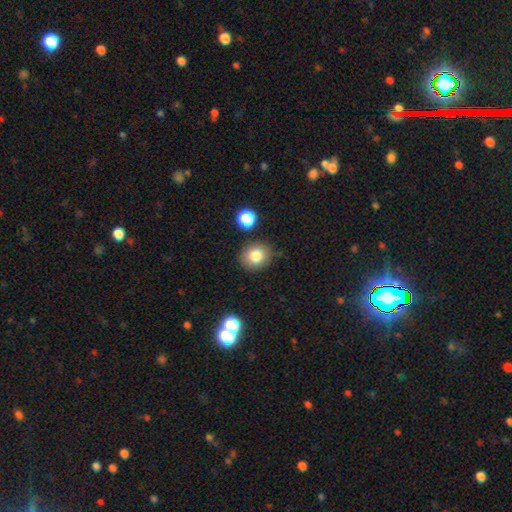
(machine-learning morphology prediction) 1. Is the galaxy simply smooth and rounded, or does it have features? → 81% smooth, 11% star or artifact, 9% featured or disk.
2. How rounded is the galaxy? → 77% round, 23% in between, 1% cigar-shaped.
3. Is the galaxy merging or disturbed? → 82% none, 11% minor disturbance, 4% merger, 3% major disturbance.